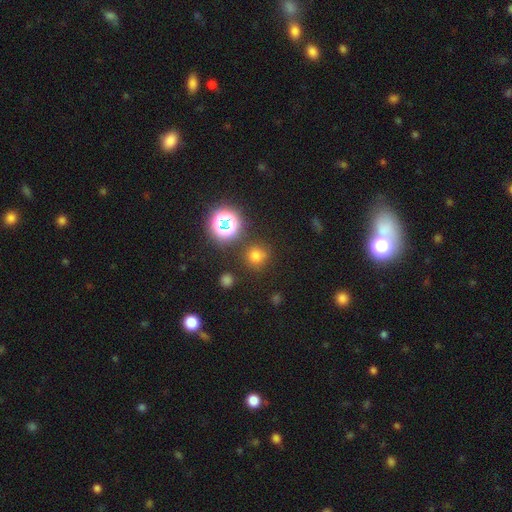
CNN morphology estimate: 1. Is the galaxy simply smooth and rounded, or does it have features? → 69% smooth, 25% star or artifact, 6% featured or disk.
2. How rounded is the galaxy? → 92% round, 7% in between, 1% cigar-shaped.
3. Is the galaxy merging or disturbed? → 83% none, 9% minor disturbance, 4% merger, 4% major disturbance.